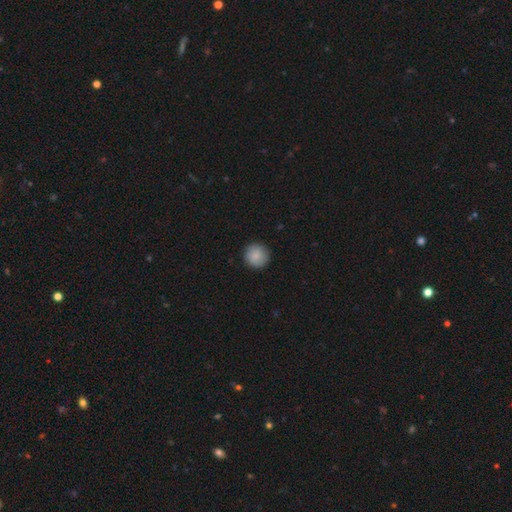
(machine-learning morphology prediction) Smooth or featured? smooth (87%)
How rounded? round (95%)
Merging? none (91%)